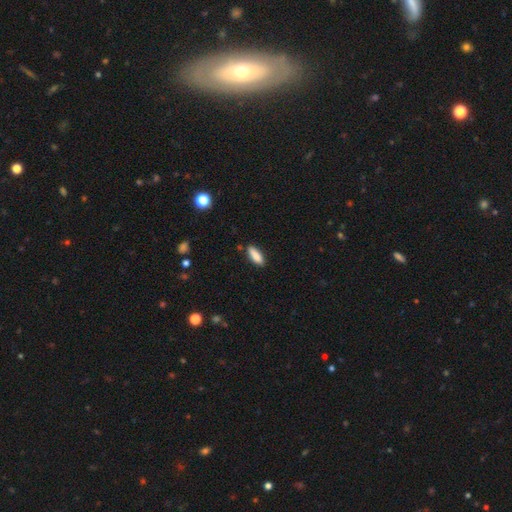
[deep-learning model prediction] smooth_or_featured: smooth (p=0.86) [alt: featured or disk p=0.07]
how_rounded: in between (p=0.62) [alt: cigar-shaped p=0.36]
merging: none (p=0.83) [alt: minor disturbance p=0.12]